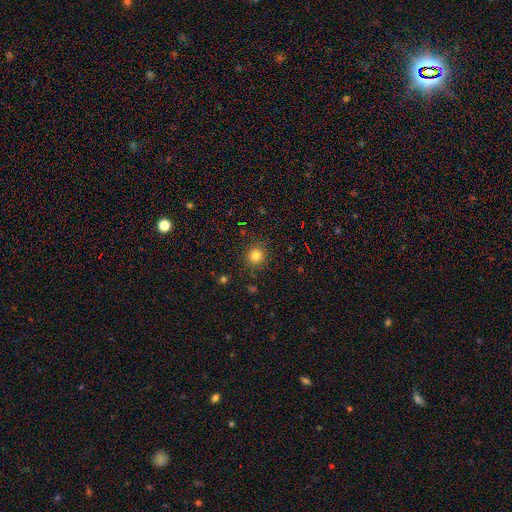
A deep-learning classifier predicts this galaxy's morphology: smooth_or_featured: smooth (p=0.81) [alt: star or artifact p=0.13]
how_rounded: round (p=0.90) [alt: in between p=0.09]
merging: none (p=0.89) [alt: minor disturbance p=0.07]